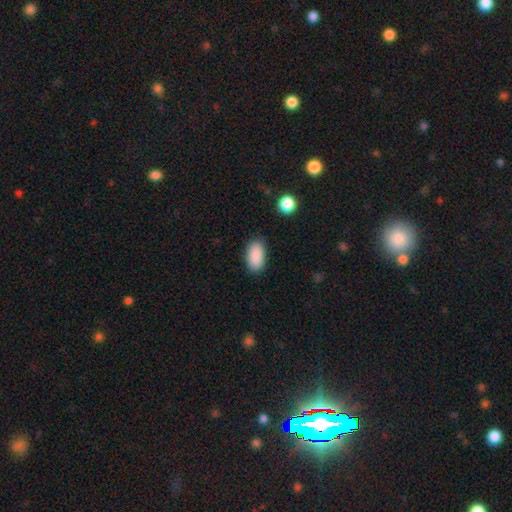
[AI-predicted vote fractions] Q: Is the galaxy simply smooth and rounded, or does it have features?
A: smooth — 90%.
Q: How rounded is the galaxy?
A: in between — 94%.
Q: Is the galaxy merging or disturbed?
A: none — 86%.